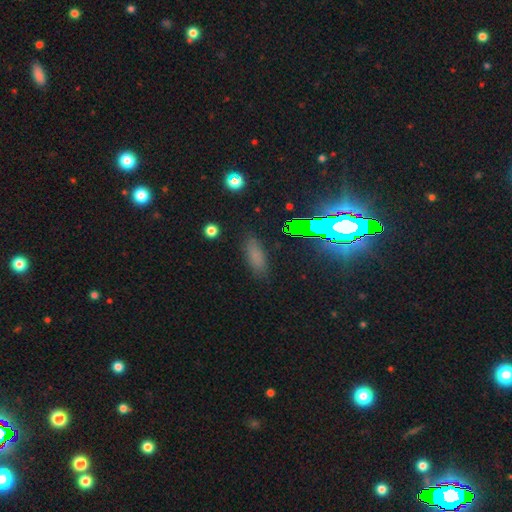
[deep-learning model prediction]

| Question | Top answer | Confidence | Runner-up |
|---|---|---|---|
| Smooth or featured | smooth | 67% | star or artifact (22%) |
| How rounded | in between | 63% | cigar-shaped (33%) |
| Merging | none | 83% | minor disturbance (11%) |